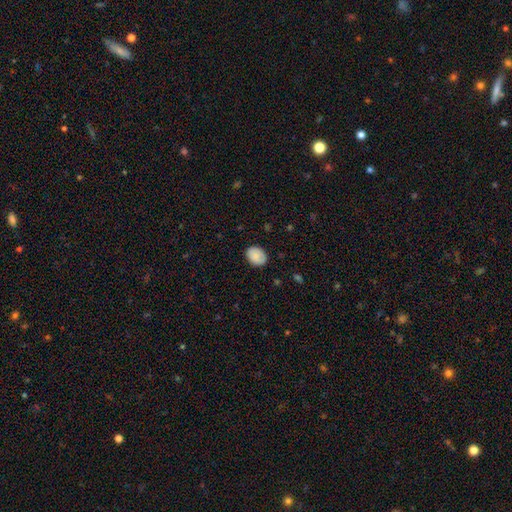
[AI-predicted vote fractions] Morphology: type=smooth (83%); roundness=in between (56%); merging=none (82%).